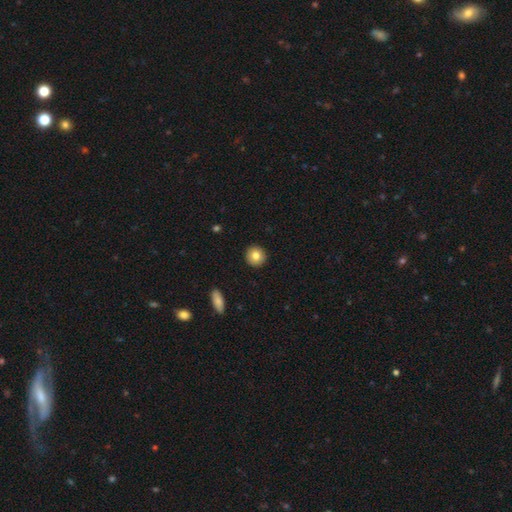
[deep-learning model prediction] smooth-or-featured: smooth: 82% | featured or disk: 10% | star or artifact: 8%
  how-rounded: round: 93% | in between: 6% | cigar-shaped: 1%
  merging: none: 93% | minor disturbance: 5% | major disturbance: 1% | merger: 1%